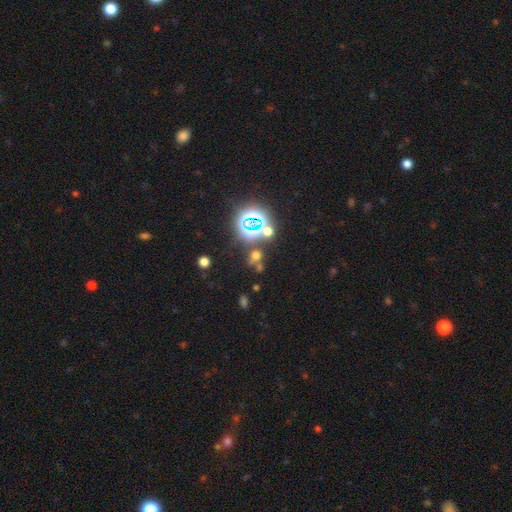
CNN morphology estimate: Smooth or featured: star or artifact — 48% (smooth — 42%)